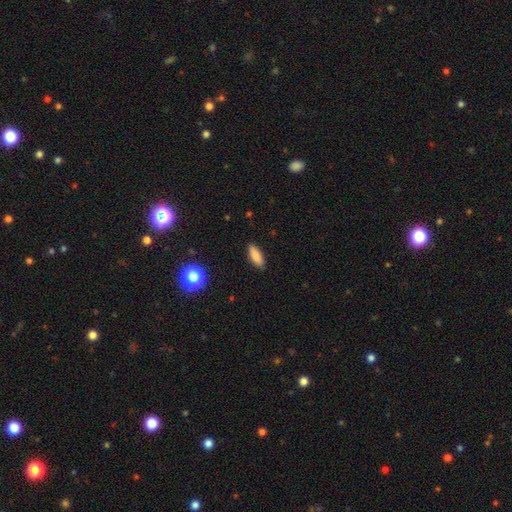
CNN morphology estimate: Q: Smooth or featured?
A: smooth (85%); runner-up: star or artifact (8%)
Q: How rounded?
A: in between (68%); runner-up: cigar-shaped (30%)
Q: Merging?
A: none (89%); runner-up: minor disturbance (8%)